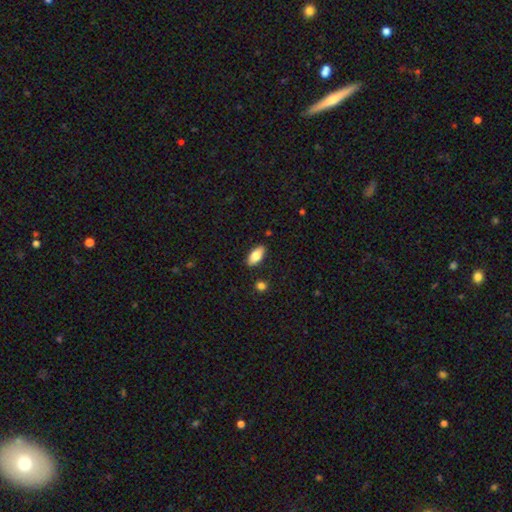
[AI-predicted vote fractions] A smooth galaxy with no disk features (78%) that is in between round and cigar-shaped (88%).

Vote fractions:
- Smooth or featured? smooth: 78% / featured or disk: 15% / star or artifact: 7%
- How rounded? in between: 88% / cigar-shaped: 10% / round: 3%
- Merging? none: 87% / minor disturbance: 9% / merger: 2% / major disturbance: 2%